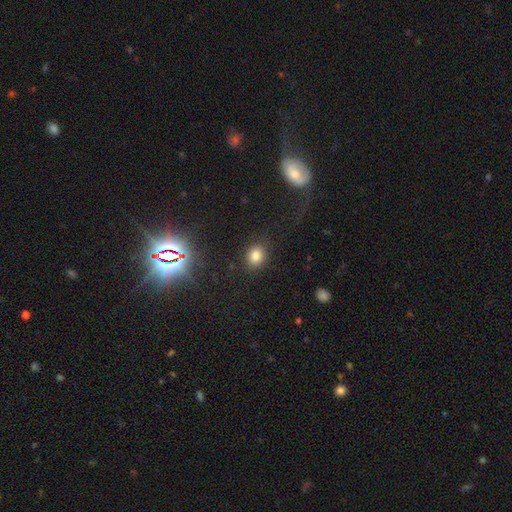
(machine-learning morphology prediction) smooth_or_featured: smooth (p=0.80) [alt: star or artifact p=0.14]
how_rounded: round (p=0.66) [alt: in between p=0.33]
merging: none (p=0.86) [alt: minor disturbance p=0.09]